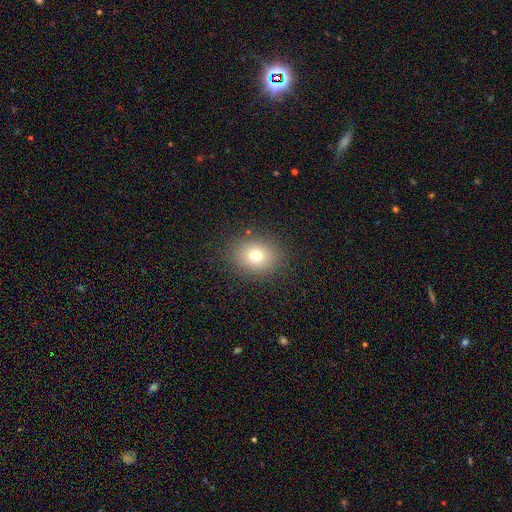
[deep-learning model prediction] Morphology: type=smooth (74%); roundness=round (59%); merging=none (87%).